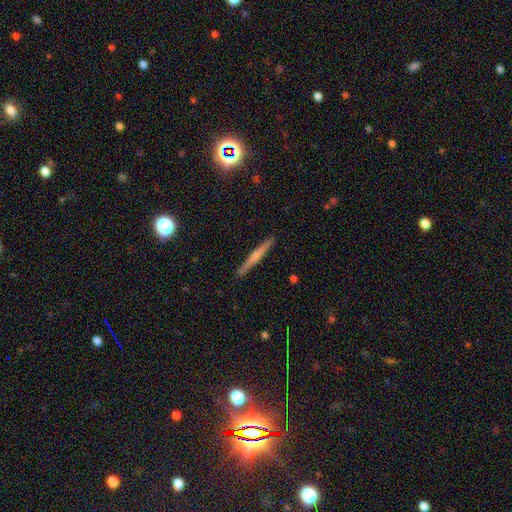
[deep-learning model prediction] Smooth or featured: featured or disk — 55% (smooth — 37%)
Edge-on disk: yes — 98% (no — 2%)
Edge-on bulge: rounded — 52% (none — 37%)
Merging: none — 91% (minor disturbance — 6%)